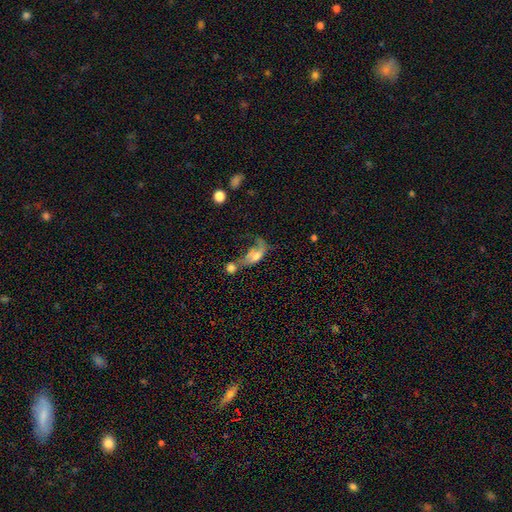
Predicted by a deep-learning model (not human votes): Smooth or featured? Predicted: smooth (p=0.51). How rounded? Predicted: in between (p=0.76). Merging? Predicted: merger (p=0.47).